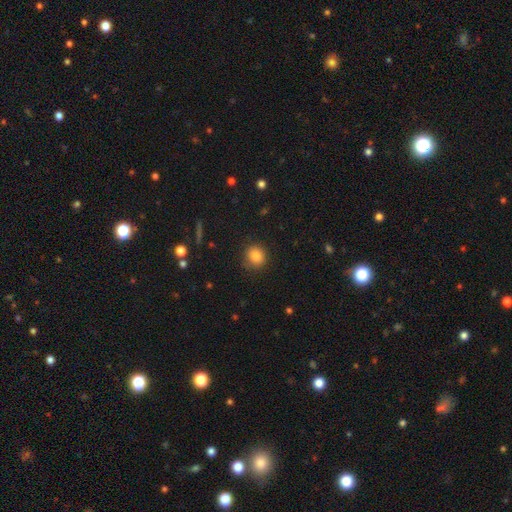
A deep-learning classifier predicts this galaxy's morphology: A smooth galaxy with no disk features (85%) that is round (84%). Merging: none (83%).